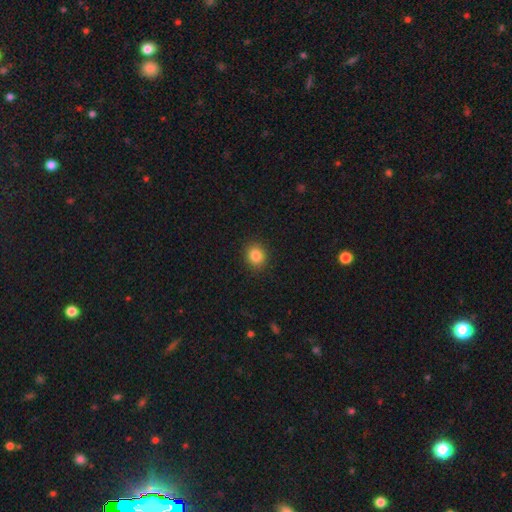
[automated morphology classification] This is clearly a smooth galaxy (84%). How rounded: likely round (75%). Merging: clearly none (91%).